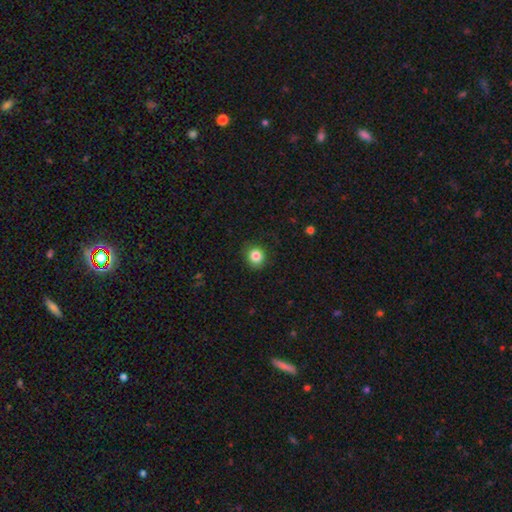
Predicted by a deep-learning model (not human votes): Smooth or featured? Predicted: smooth (p=0.84). How rounded? Predicted: round (p=0.82). Merging? Predicted: none (p=0.87).